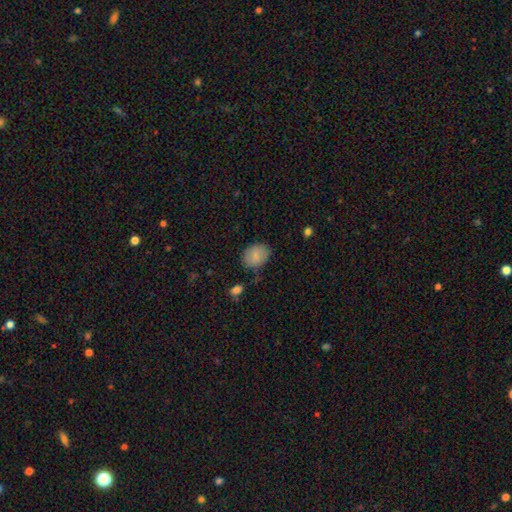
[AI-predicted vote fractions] Smooth or featured: smooth — 82% (featured or disk — 11%)
How rounded: in between — 64% (round — 35%)
Merging: none — 74% (minor disturbance — 19%)